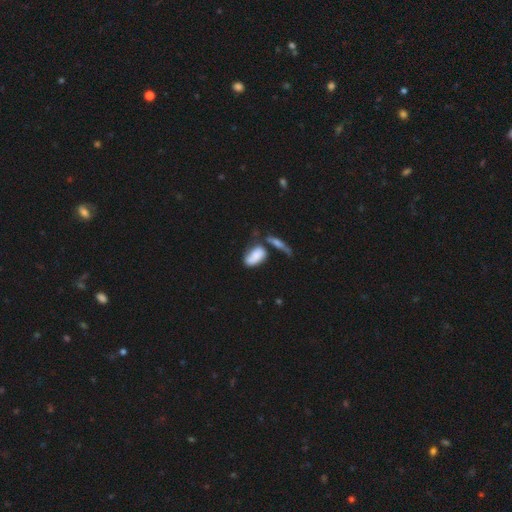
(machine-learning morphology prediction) type=smooth (71%); roundness=in between (90%); merging=none (32%).